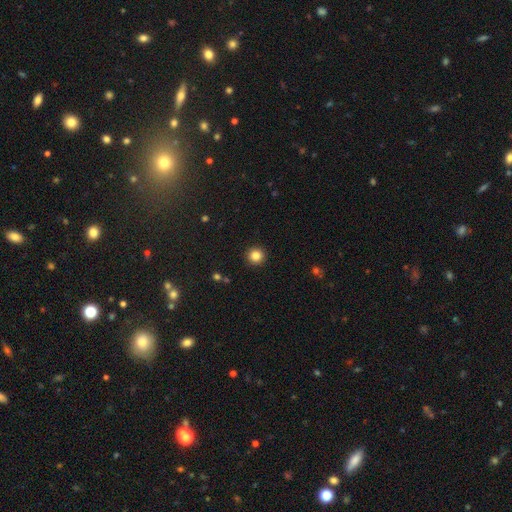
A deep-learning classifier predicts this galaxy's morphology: type=smooth (84%); roundness=round (95%); merging=none (93%).